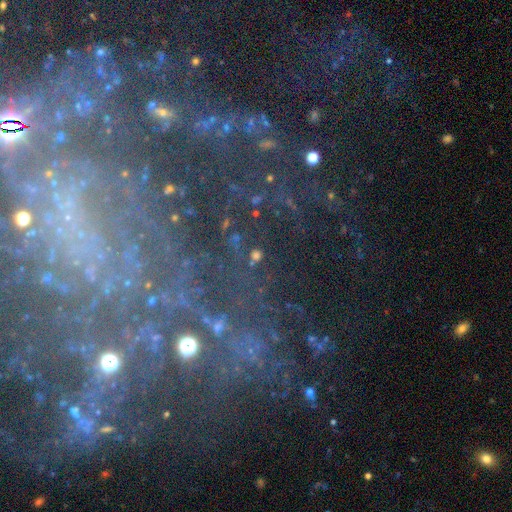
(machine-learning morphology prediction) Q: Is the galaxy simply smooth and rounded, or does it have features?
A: star or artifact — 49%.